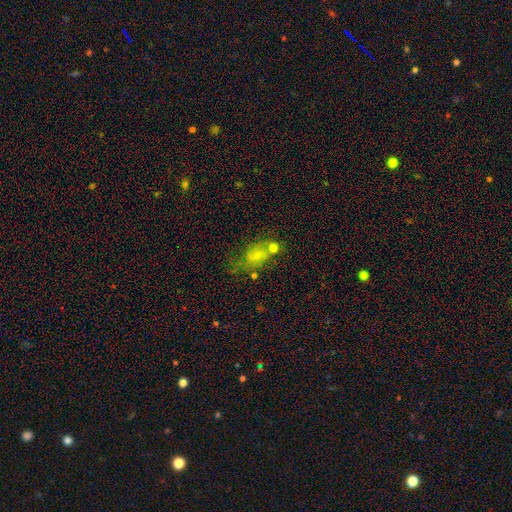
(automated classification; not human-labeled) Q: Smooth or featured?
A: smooth (47%); runner-up: star or artifact (31%)
Q: Merging?
A: none (52%); runner-up: minor disturbance (20%)